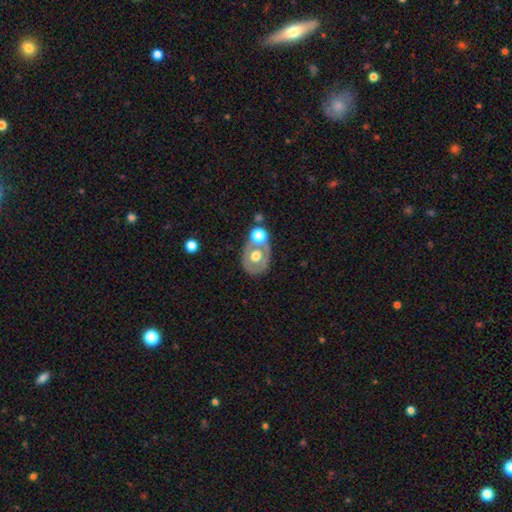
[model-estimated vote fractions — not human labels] smooth_or_featured: featured or disk (p=0.51) [alt: smooth p=0.40]
disk_edge_on: no (p=0.93) [alt: yes p=0.07]
merging: none (p=0.50) [alt: merger p=0.26]